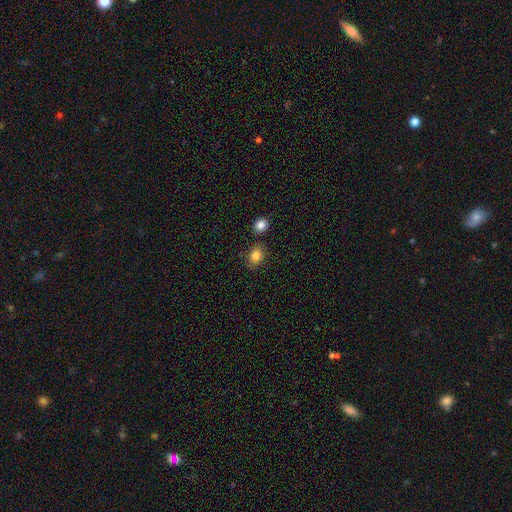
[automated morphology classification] Smooth or featured? Predicted: smooth (p=0.84). How rounded? Predicted: in between (p=0.65). Merging? Predicted: none (p=0.77).